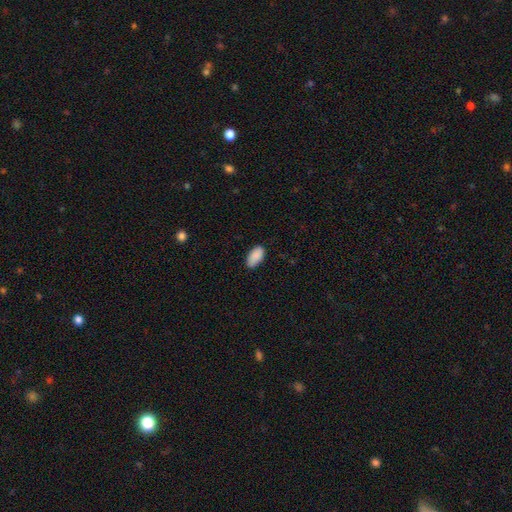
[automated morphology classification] Smooth or featured? Predicted: smooth (p=0.89). How rounded? Predicted: in between (p=0.94). Merging? Predicted: none (p=0.82).